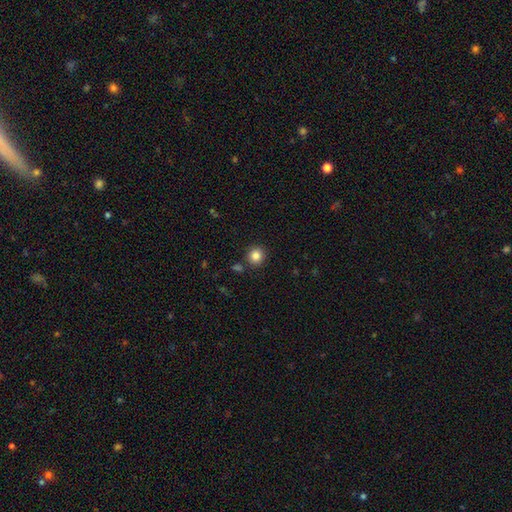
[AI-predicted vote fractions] The model was most divided on "smooth or featured": smooth: 84%, star or artifact: 11%, featured or disk: 5%. More confident: how rounded — round (90%); merging — none (86%).